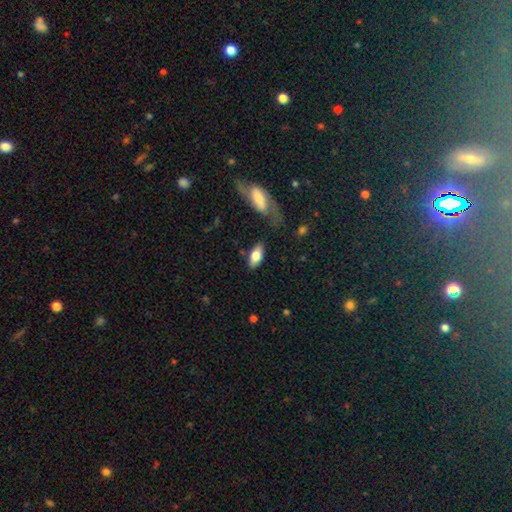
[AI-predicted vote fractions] Morphology: type=smooth (75%); roundness=in between (88%); merging=none (79%).